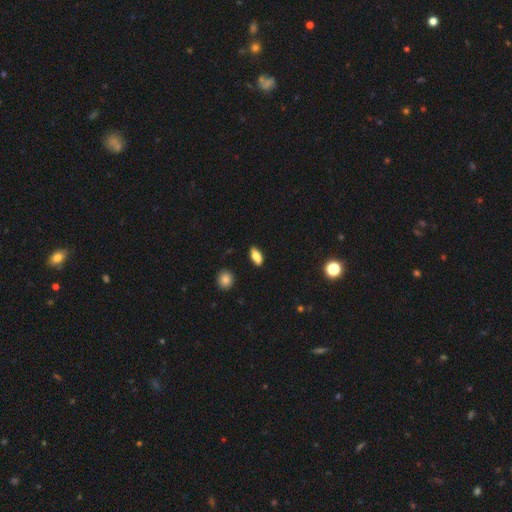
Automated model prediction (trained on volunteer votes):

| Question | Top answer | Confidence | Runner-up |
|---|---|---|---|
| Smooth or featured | smooth | 82% | featured or disk (10%) |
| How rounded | in between | 85% | cigar-shaped (11%) |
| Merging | none | 87% | minor disturbance (9%) |